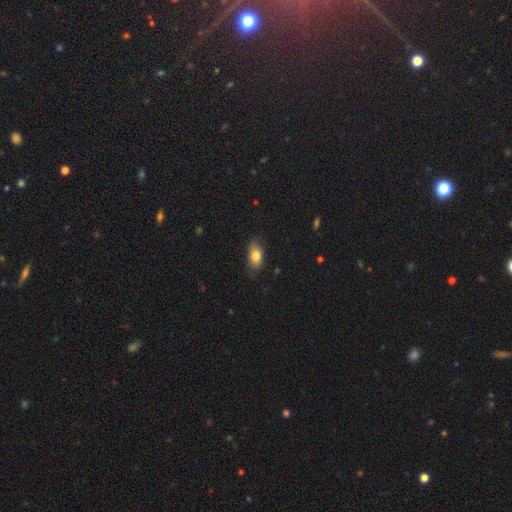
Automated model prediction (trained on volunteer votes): The model was most divided on "merging": none: 73%, minor disturbance: 21%, major disturbance: 5%, merger: 1%. More confident: how rounded — in between (88%); smooth or featured — smooth (79%).